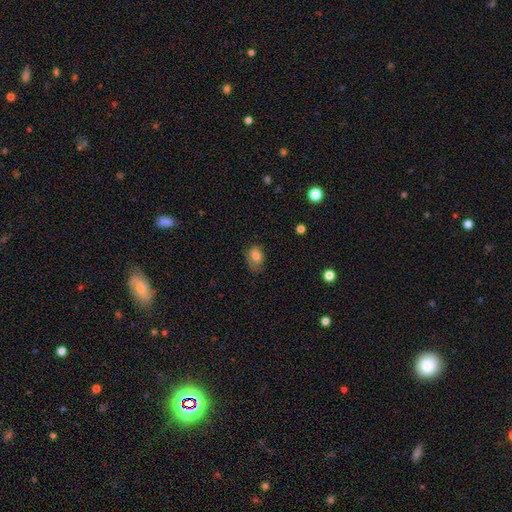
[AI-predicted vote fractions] This is clearly a smooth galaxy (81%). How rounded: likely in between (76%). Merging: possibly none (59%).